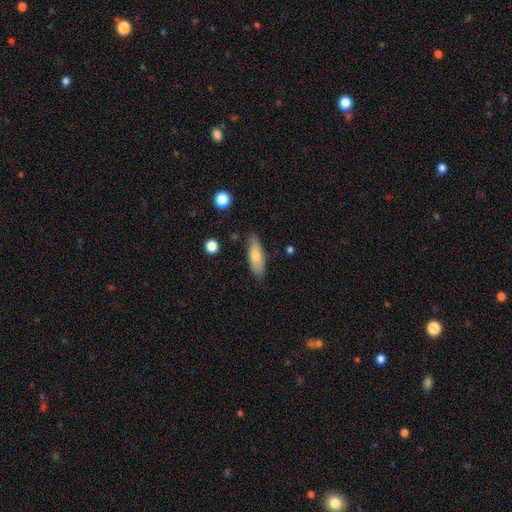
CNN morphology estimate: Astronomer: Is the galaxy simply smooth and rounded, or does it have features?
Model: smooth — 73%.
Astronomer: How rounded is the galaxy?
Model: in between — 61%.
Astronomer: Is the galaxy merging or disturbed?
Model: none — 80%.